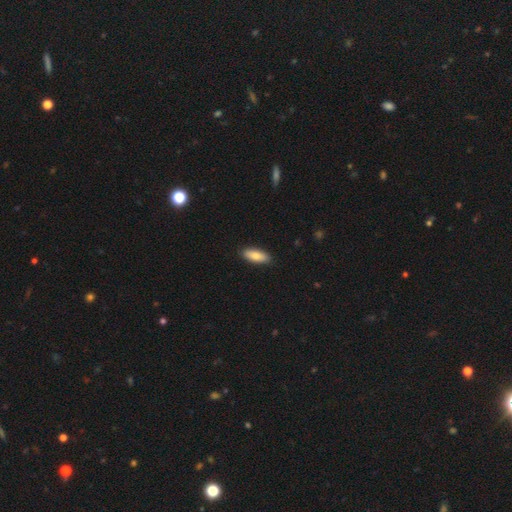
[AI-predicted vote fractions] Smooth or featured? smooth (81%)
How rounded? in between (74%)
Merging? none (89%)